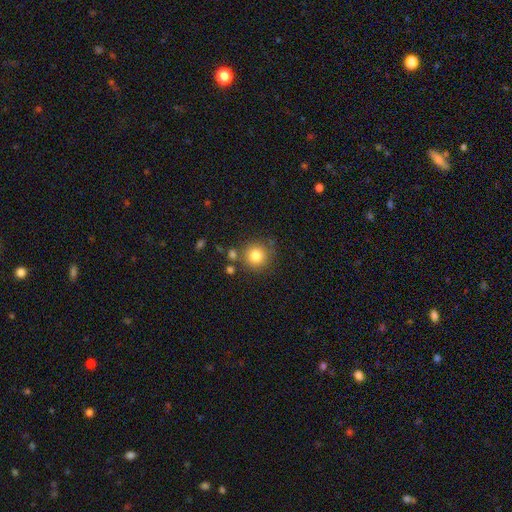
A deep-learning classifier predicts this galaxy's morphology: Smooth or featured? smooth (81%)
How rounded? round (93%)
Merging? none (78%)